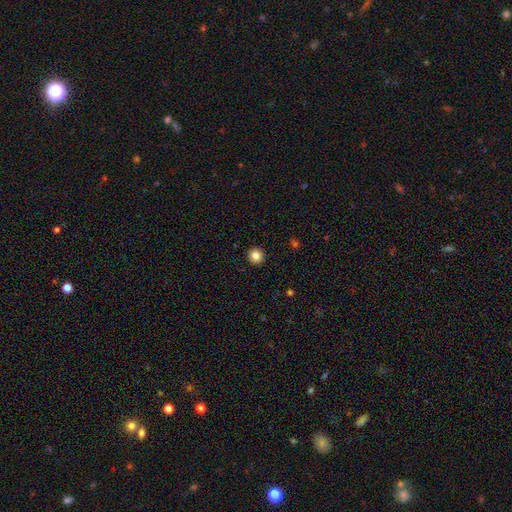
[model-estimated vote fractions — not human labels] Morphology: type=smooth (85%); roundness=round (94%); merging=none (93%).